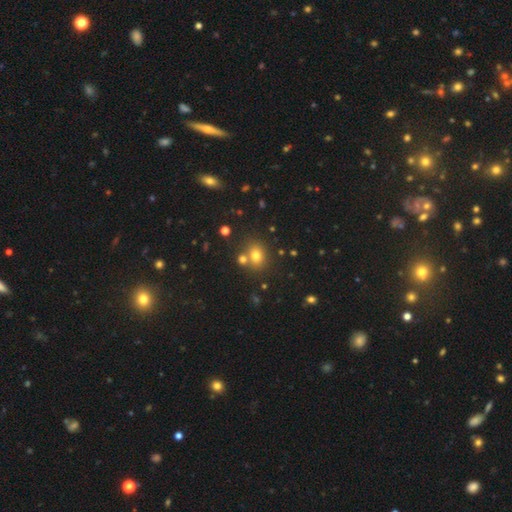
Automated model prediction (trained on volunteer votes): Overall: smooth (75%). How rounded: round (51%; in between 47%). Merging: none (66%).